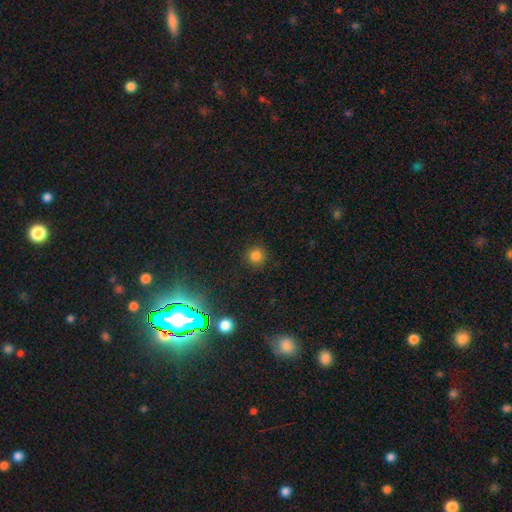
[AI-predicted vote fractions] Smooth or featured? Predicted: smooth (p=0.81). How rounded? Predicted: round (p=0.94). Merging? Predicted: none (p=0.90).